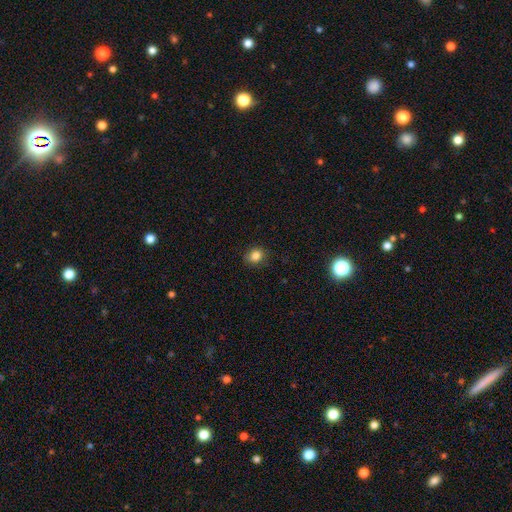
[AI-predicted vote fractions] This appears to be a smooth galaxy with no disk features (84%) that is round (66%). Merging: none (85%).